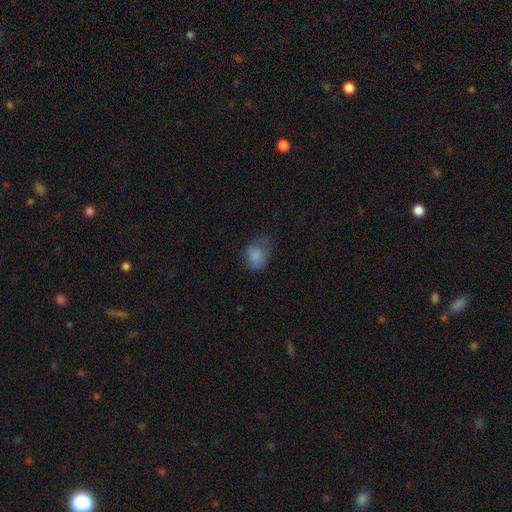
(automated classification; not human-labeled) The model was most divided on "merging": none: 47%, minor disturbance: 33%, major disturbance: 19%, merger: 2%. More confident: smooth or featured — smooth (81%); how rounded — in between (62%).